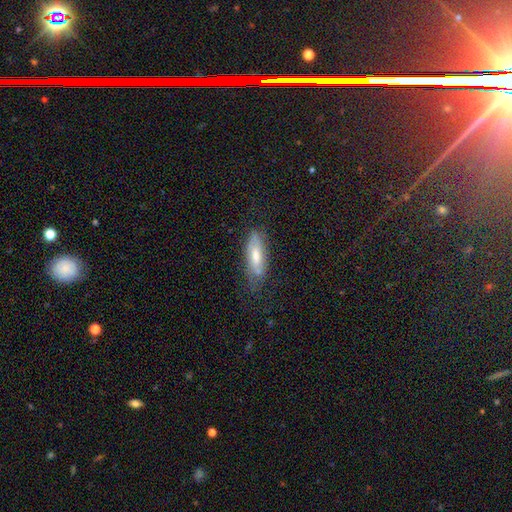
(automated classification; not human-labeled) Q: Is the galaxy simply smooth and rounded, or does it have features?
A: featured or disk — 48%.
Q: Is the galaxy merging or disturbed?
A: none — 68%.